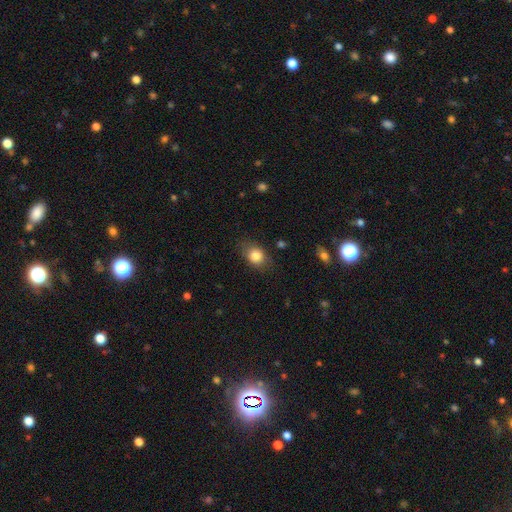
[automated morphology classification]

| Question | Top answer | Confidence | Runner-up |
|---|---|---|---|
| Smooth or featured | smooth | 82% | star or artifact (9%) |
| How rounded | in between | 59% | round (40%) |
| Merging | none | 77% | minor disturbance (17%) |